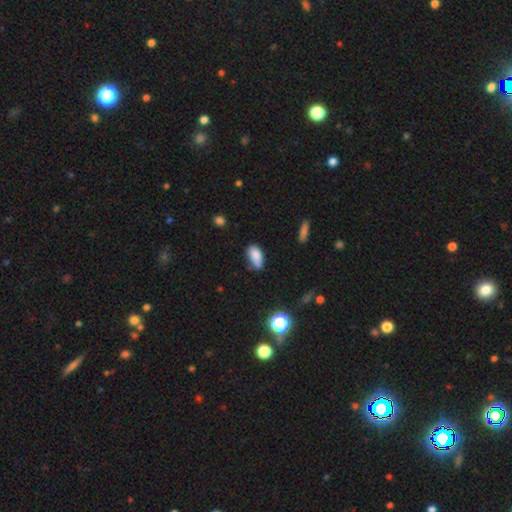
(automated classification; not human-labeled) Smooth or featured? smooth (83%)
How rounded? in between (89%)
Merging? none (54%)